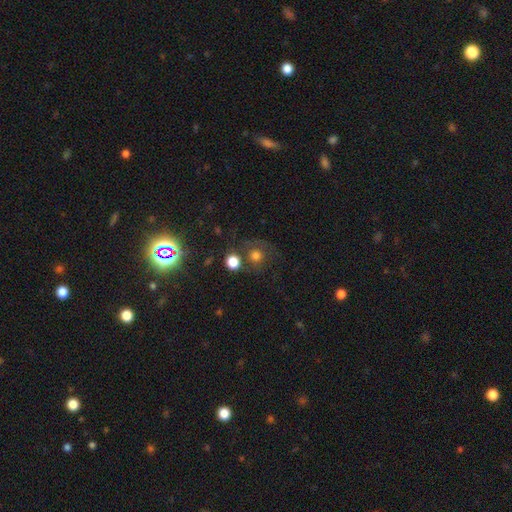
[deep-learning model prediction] Overall: smooth (68%). How rounded: round (89%). Merging: none (57%; merger 19%).